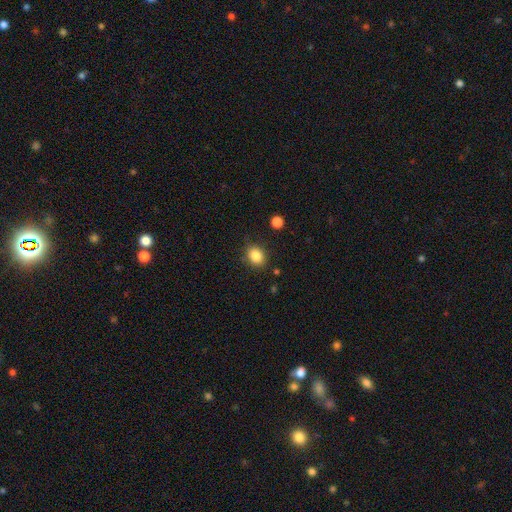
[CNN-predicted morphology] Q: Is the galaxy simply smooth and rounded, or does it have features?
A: smooth — 84%.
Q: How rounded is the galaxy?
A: round — 52%.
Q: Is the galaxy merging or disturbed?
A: none — 83%.